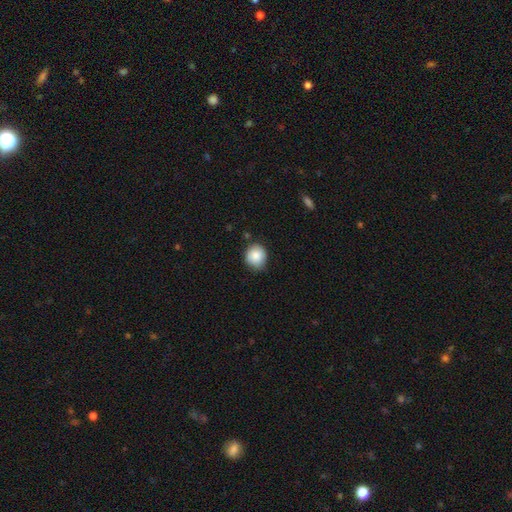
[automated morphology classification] This is clearly a smooth galaxy (86%). How rounded: clearly round (81%). Merging: likely none (73%).